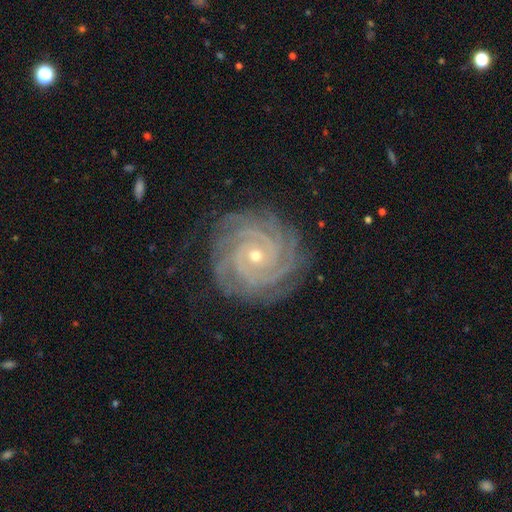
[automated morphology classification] type=featured or disk (92%); edge-on=no (98%); bar=no (72%); spiral arms=yes (99%); winding=tight (86%); arm count=4 (27%); bulge=small (65%); merging=none (83%).